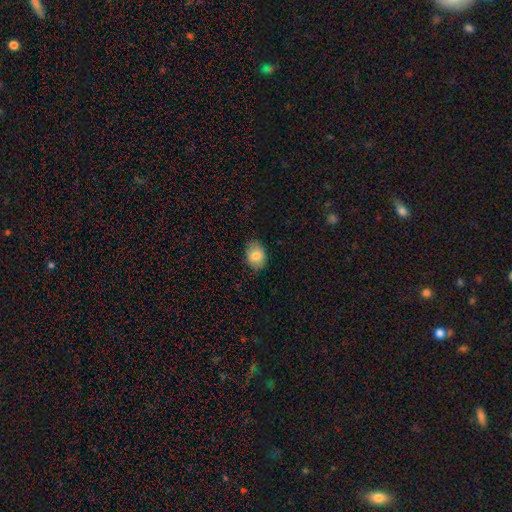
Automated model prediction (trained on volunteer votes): Morphology: type=smooth (82%); roundness=in between (64%); merging=none (81%).